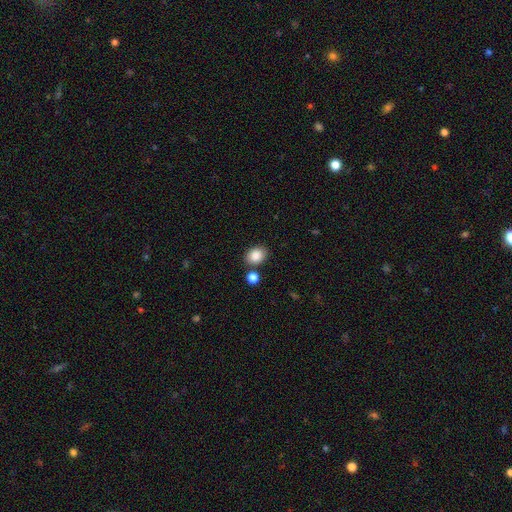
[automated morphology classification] The model was most divided on "how rounded": in between: 58%, round: 41%, cigar-shaped: 1%. More confident: smooth or featured — smooth (87%); merging — none (79%).